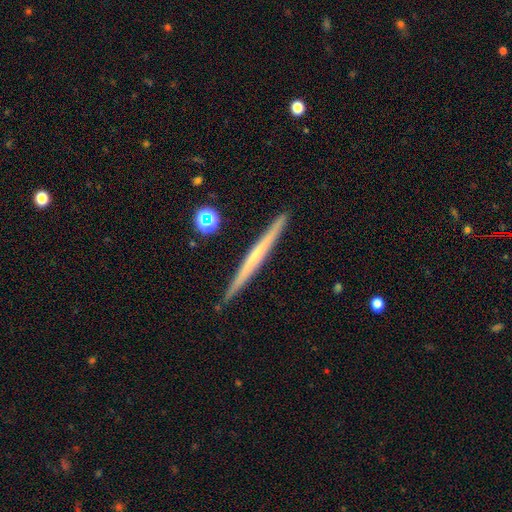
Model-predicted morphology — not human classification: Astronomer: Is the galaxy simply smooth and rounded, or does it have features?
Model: featured or disk — 57% (runner-up: smooth, 37%).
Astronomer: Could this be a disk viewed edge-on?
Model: yes — 97%.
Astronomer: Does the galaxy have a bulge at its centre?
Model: none — 82%.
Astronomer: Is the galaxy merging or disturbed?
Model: none — 90%.